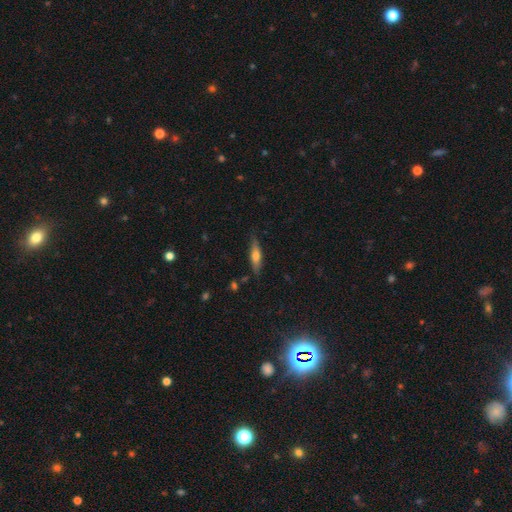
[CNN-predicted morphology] Overall: smooth (54%; featured or disk 39%). How rounded: cigar-shaped (71%). Merging: none (82%).